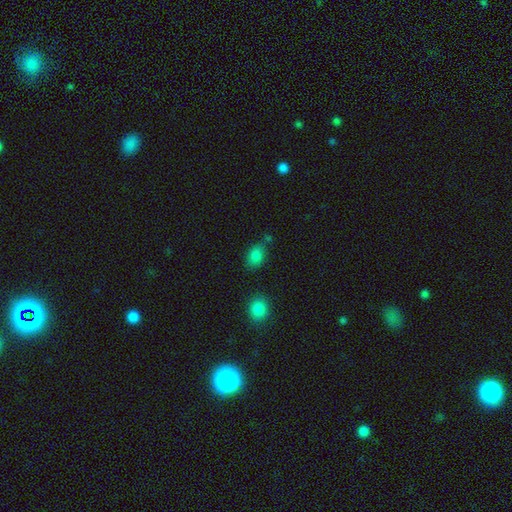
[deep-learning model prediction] Smooth or featured? smooth (84%)
How rounded? in between (79%)
Merging? none (67%)